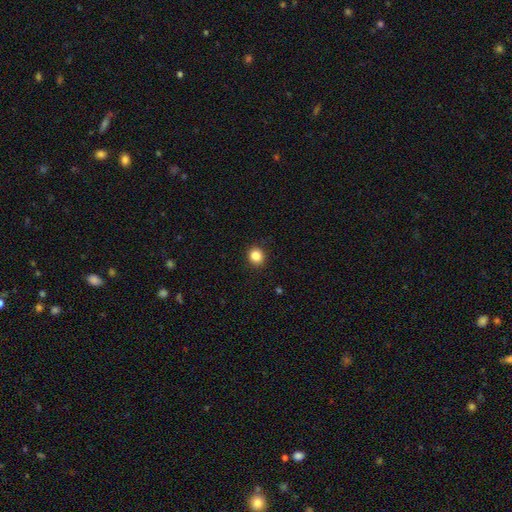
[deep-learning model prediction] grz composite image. It shows a smooth galaxy with no disk features (86%) that is round (84%). Merging: none (90%).